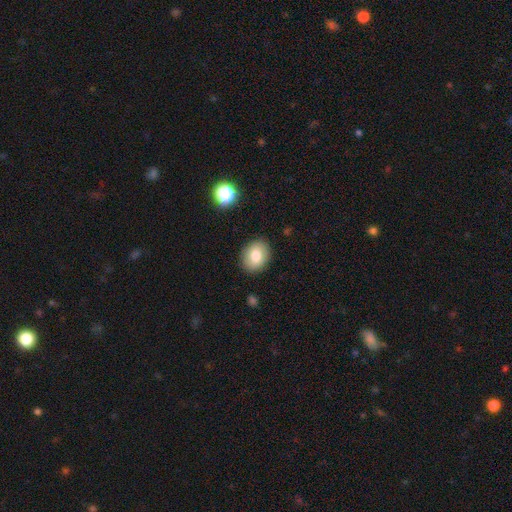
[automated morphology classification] This is likely a smooth galaxy (79%). How rounded: possibly in between (52%). Merging: clearly none (88%).